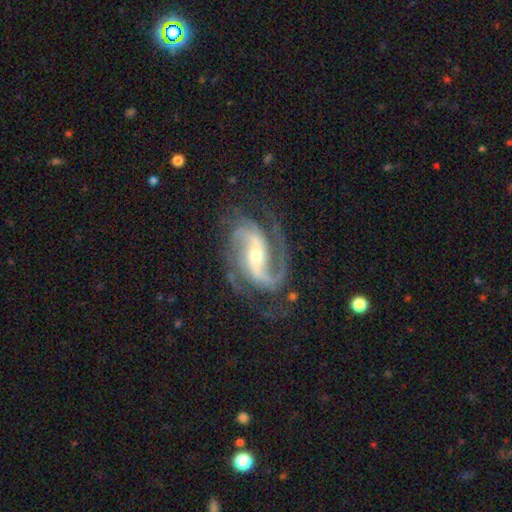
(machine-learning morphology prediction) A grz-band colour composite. It shows a featured or disk galaxy (92%) with a strong bar (45%), 2 (74%) medium (57%) spiral arms (98%) and a small central bulge (54%). Merging: none (73%).